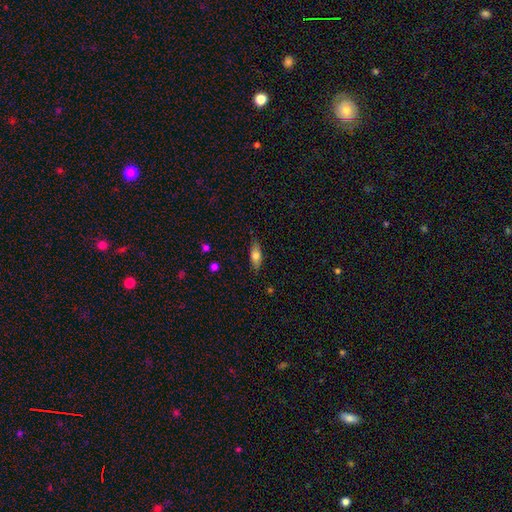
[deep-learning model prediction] Overall: smooth (71%). How rounded: in between (73%). Merging: none (81%).